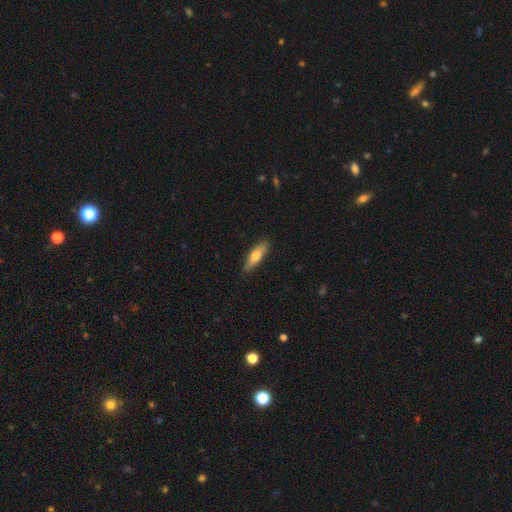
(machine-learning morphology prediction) The model was most divided on "how rounded": cigar-shaped: 52%, in between: 45%, round: 2%. More confident: merging — none (85%); smooth or featured — smooth (66%).